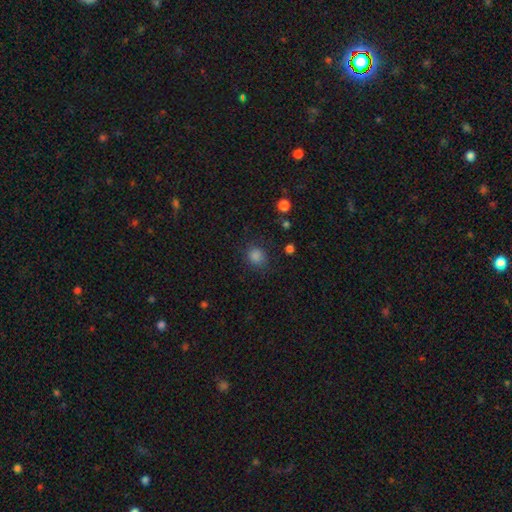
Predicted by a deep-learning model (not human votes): The model was most divided on "how rounded": round: 76%, in between: 23%, cigar-shaped: 1%. More confident: smooth or featured — smooth (81%); merging — none (79%).